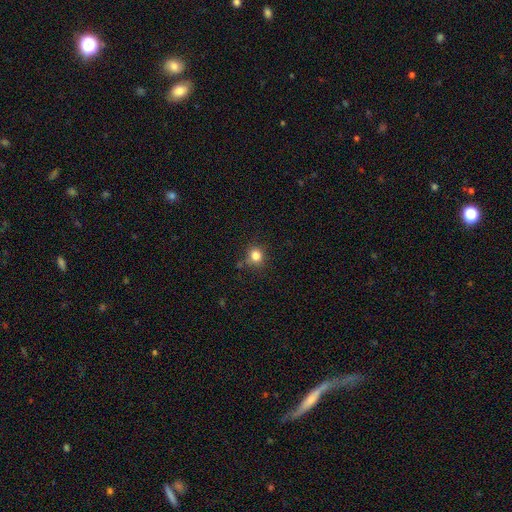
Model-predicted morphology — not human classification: Smooth or featured? Predicted: smooth (p=0.82). How rounded? Predicted: round (p=0.82). Merging? Predicted: none (p=0.78).